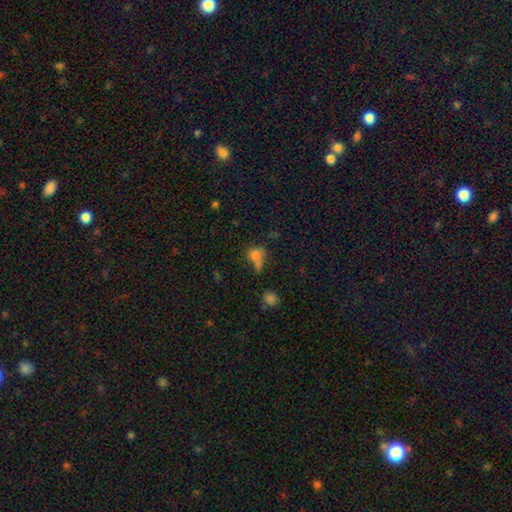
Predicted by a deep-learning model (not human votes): Morphology: type=smooth (76%); roundness=round (70%); merging=none (40%).